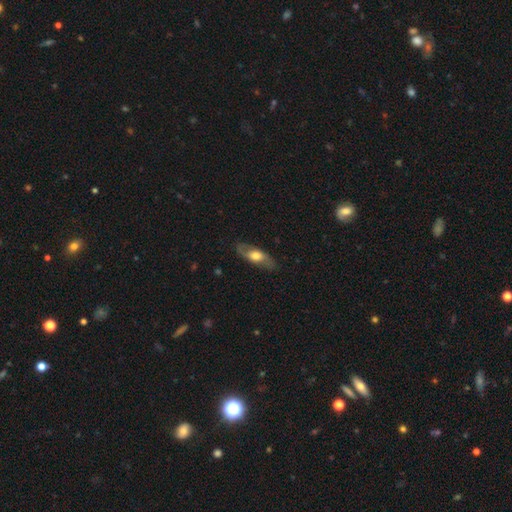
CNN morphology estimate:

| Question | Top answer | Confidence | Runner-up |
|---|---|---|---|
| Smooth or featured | featured or disk | 49% | smooth (45%) |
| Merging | none | 81% | minor disturbance (14%) |